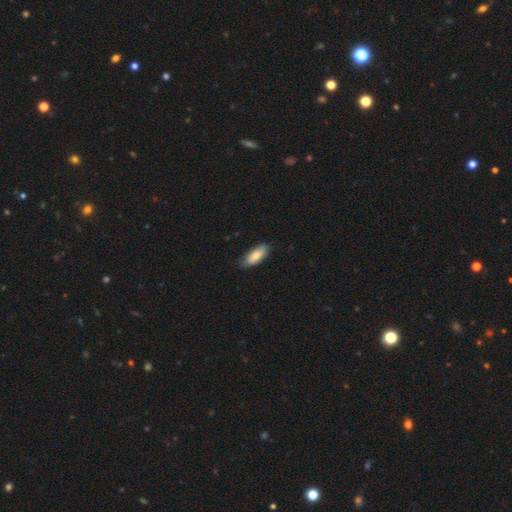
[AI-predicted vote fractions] smooth_or_featured: smooth (p=0.79) [alt: featured or disk p=0.15]
how_rounded: in between (p=0.76) [alt: cigar-shaped p=0.22]
merging: none (p=0.81) [alt: minor disturbance p=0.16]